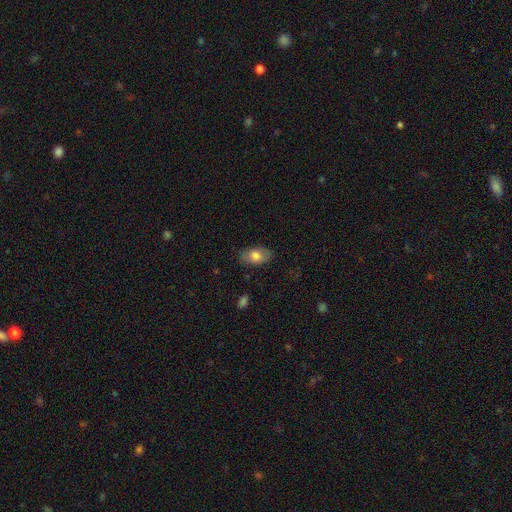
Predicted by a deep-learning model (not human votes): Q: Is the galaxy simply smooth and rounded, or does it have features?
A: smooth — 73%.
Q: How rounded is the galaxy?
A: in between — 92%.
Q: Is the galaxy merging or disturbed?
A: none — 84%.